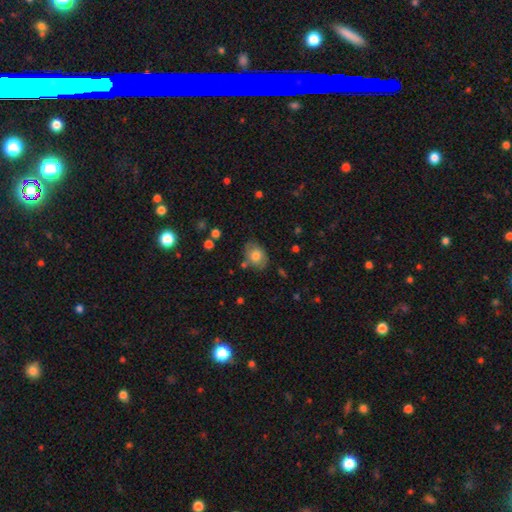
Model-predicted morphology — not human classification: type=smooth (73%); roundness=in between (71%); merging=none (72%).